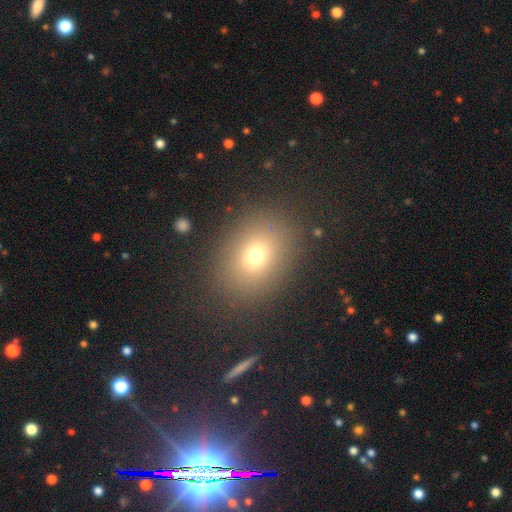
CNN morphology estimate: type=smooth (71%); roundness=round (50%); merging=none (87%).